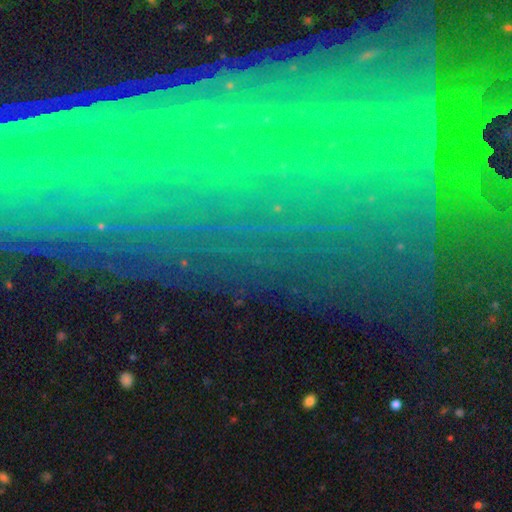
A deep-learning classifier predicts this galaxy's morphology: Smooth or featured?
  - star or artifact: 71% *
  - featured or disk: 17%
  - smooth: 12%